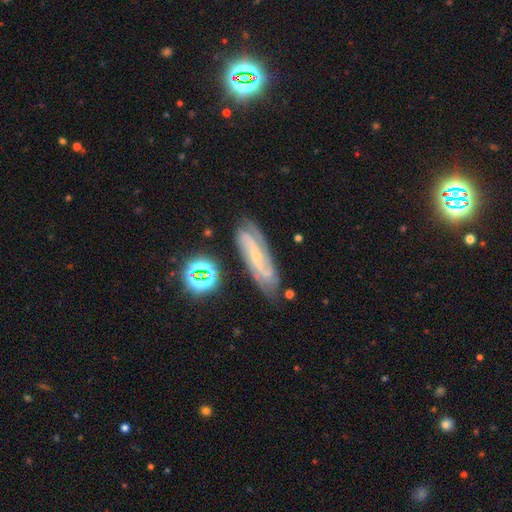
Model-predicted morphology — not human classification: Overall: featured or disk (82%). Edge-on disk: no (88%). Bar: weak (38%; no 35%). Spiral arms: yes (97%). Spiral arm count: 2 (62%). Spiral winding: medium (43%; tight 42%). Bulge size: small (77%). Merging: none (77%).